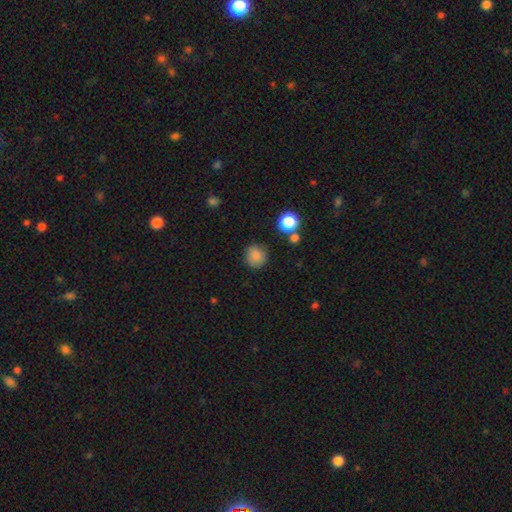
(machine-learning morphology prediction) This appears to be a smooth galaxy with no disk features (85%) that is round (90%). Merging: none (84%).